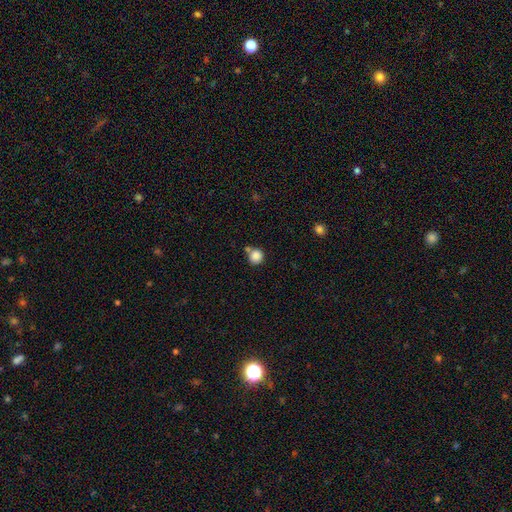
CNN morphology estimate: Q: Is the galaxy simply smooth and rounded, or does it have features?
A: smooth — 86%.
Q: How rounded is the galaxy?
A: round — 93%.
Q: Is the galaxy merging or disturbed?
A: none — 68%.